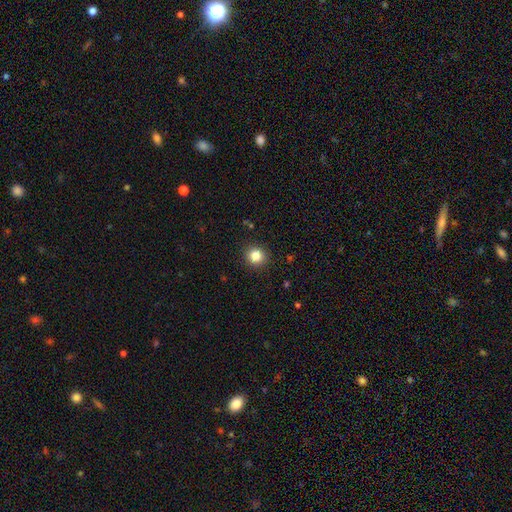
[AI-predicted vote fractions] Q: Smooth or featured?
A: smooth (84%); runner-up: star or artifact (11%)
Q: How rounded?
A: round (92%); runner-up: in between (7%)
Q: Merging?
A: none (92%); runner-up: minor disturbance (5%)